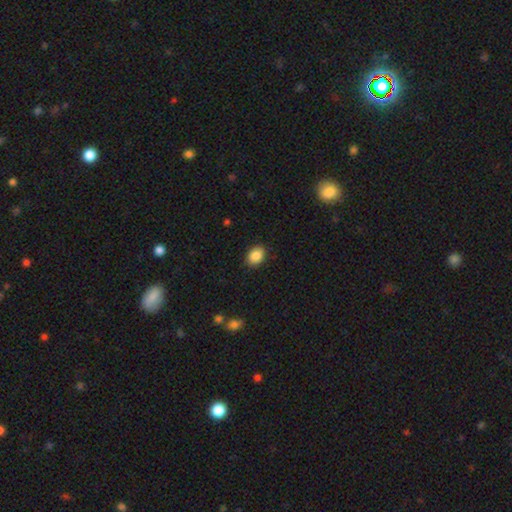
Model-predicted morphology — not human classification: This is clearly a smooth galaxy (88%). How rounded: likely in between (71%). Merging: clearly none (88%).